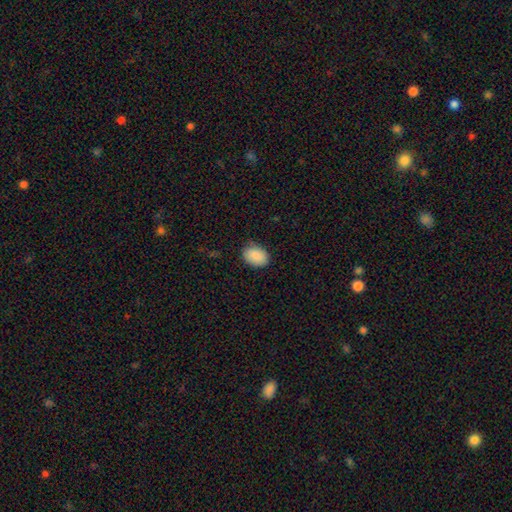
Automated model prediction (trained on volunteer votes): This is clearly a smooth galaxy (89%). How rounded: clearly in between (81%). Merging: clearly none (81%).